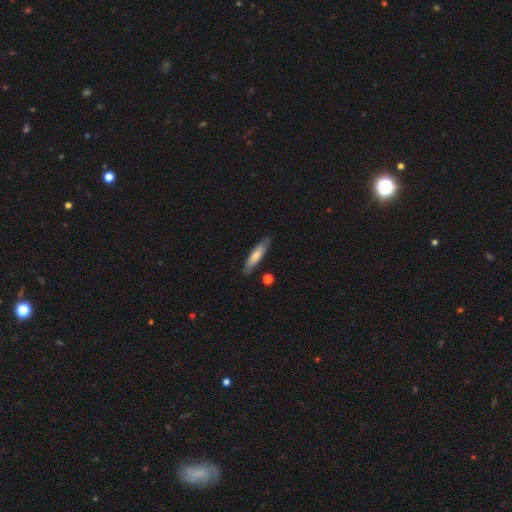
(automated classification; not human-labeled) Morphology: type=smooth (68%); roundness=cigar-shaped (79%); merging=none (82%).